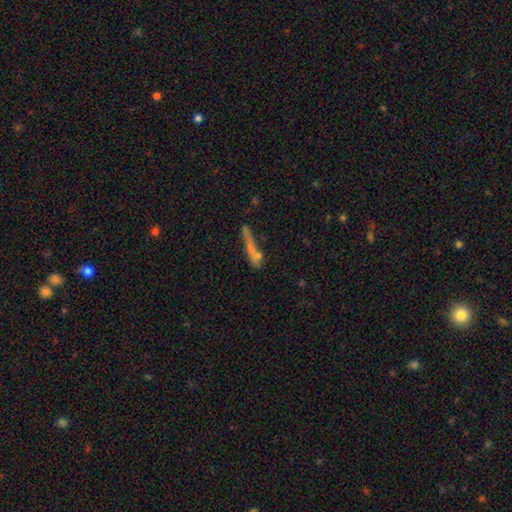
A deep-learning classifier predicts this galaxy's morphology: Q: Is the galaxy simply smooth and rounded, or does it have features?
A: smooth — 56%.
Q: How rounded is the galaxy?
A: cigar-shaped — 82%.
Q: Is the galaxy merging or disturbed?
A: none — 44%.